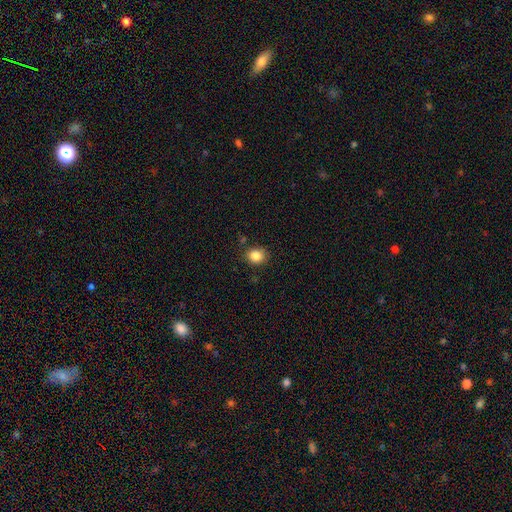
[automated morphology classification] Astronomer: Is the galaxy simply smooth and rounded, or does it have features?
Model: smooth — 85%.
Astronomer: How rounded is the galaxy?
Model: round — 69%.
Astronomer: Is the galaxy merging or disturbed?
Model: none — 83%.